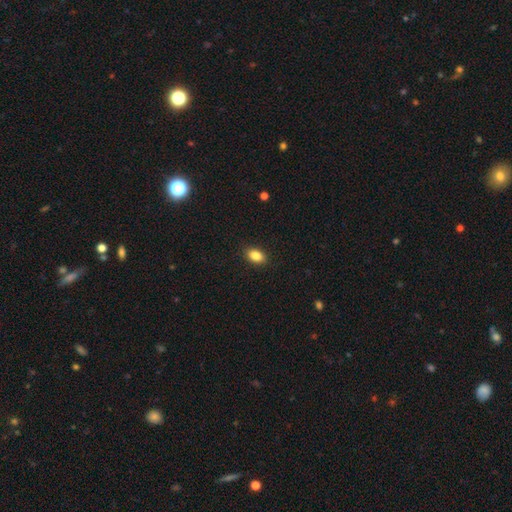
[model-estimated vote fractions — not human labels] Morphology: type=smooth (85%); roundness=in between (88%); merging=none (89%).